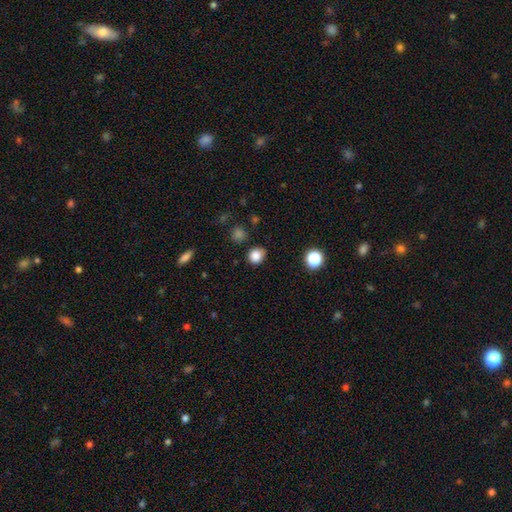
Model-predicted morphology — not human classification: smooth-or-featured: smooth: 84% | star or artifact: 12% | featured or disk: 4%
  how-rounded: round: 70% | in between: 29% | cigar-shaped: 1%
  merging: none: 76% | minor disturbance: 17% | major disturbance: 4% | merger: 3%